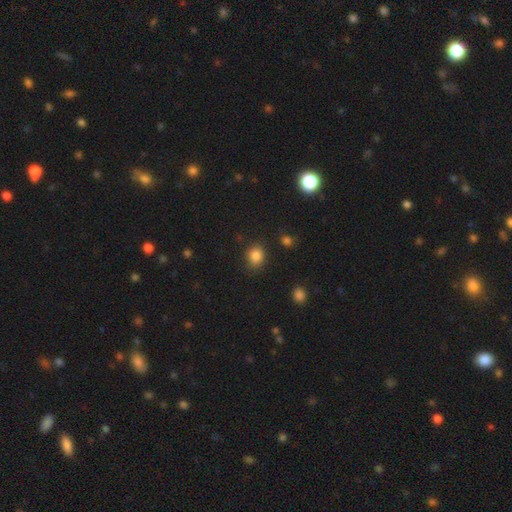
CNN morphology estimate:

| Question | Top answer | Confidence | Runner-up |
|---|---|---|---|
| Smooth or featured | smooth | 85% | star or artifact (11%) |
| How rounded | round | 67% | in between (32%) |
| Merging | none | 83% | minor disturbance (11%) |